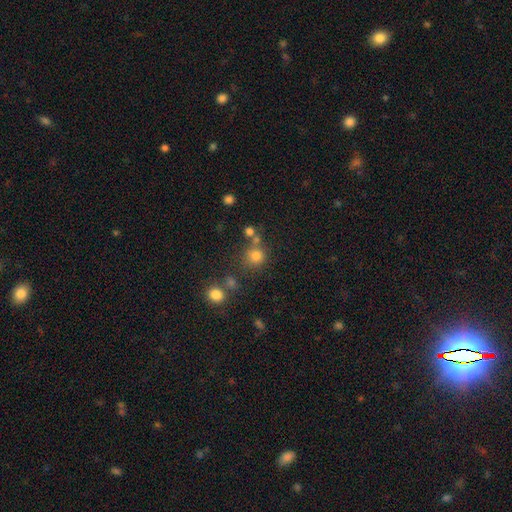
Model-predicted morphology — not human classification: A smooth galaxy with no disk features (76%) that is round (88%).

Vote fractions:
- Smooth or featured? smooth: 76% / star or artifact: 16% / featured or disk: 8%
- How rounded? round: 88% / in between: 11% / cigar-shaped: 1%
- Merging? none: 65% / merger: 19% / minor disturbance: 11% / major disturbance: 5%